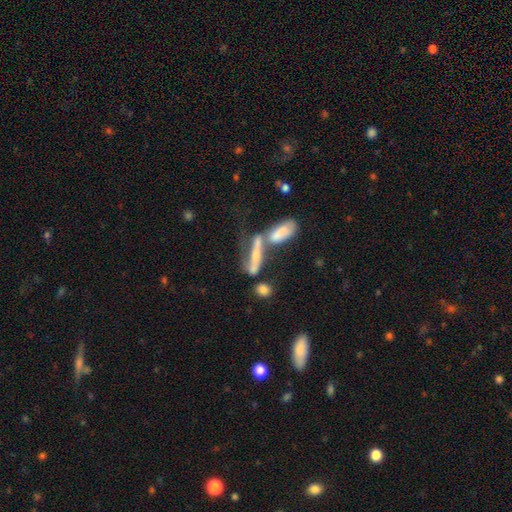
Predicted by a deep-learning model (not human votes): Smooth or featured? Predicted: featured or disk (p=0.50). Edge-on disk? Predicted: no (p=0.54). Merging? Predicted: merger (p=0.60).